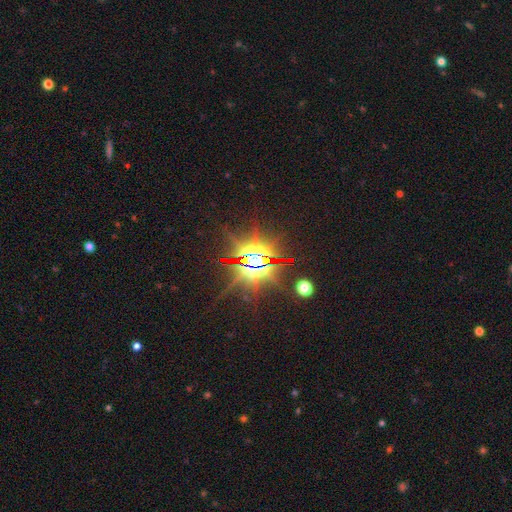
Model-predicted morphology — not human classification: A star or artifact, not a galaxy (82%).

Vote fractions:
- Smooth or featured? star or artifact: 82% / featured or disk: 10% / smooth: 7%